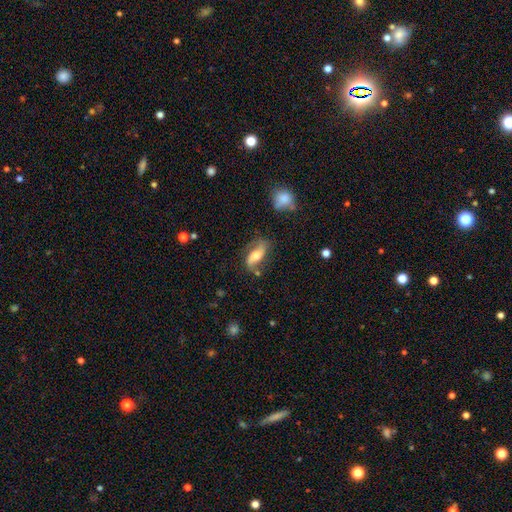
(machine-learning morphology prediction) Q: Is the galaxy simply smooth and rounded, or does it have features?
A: featured or disk — 56%.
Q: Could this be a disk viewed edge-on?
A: no — 85%.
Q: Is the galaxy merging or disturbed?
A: none — 62%.